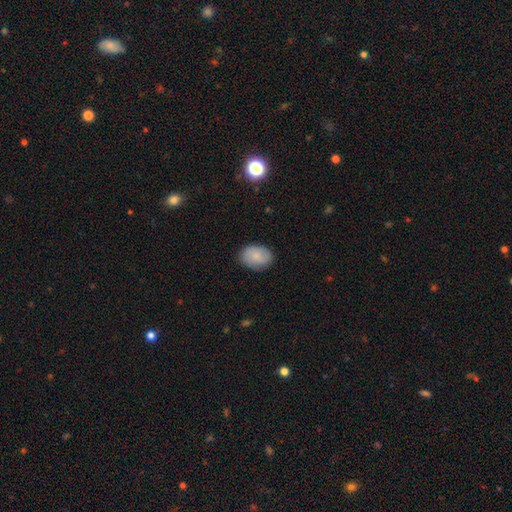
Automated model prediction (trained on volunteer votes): Overall: smooth (79%). How rounded: in between (80%). Merging: none (82%).